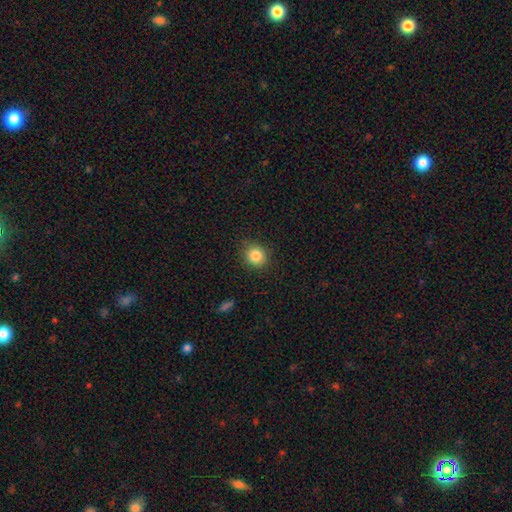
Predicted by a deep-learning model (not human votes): Q: Smooth or featured?
A: smooth (84%); runner-up: star or artifact (10%)
Q: How rounded?
A: round (85%); runner-up: in between (14%)
Q: Merging?
A: none (85%); runner-up: minor disturbance (11%)